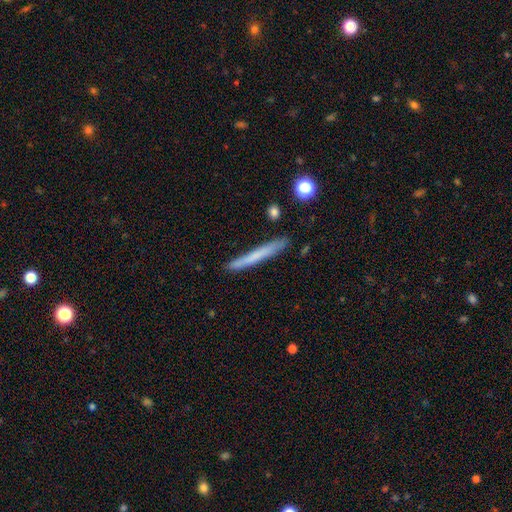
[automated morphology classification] Smooth or featured? Predicted: smooth (p=0.61). How rounded? Predicted: cigar-shaped (p=0.97). Merging? Predicted: none (p=0.86).